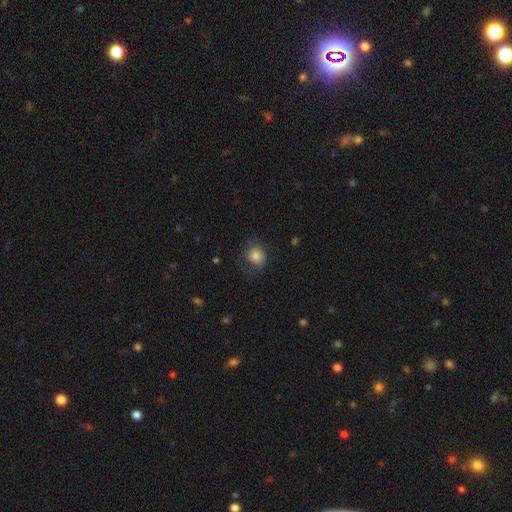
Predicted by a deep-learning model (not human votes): Morphology: type=smooth (79%); roundness=round (71%); merging=none (64%).